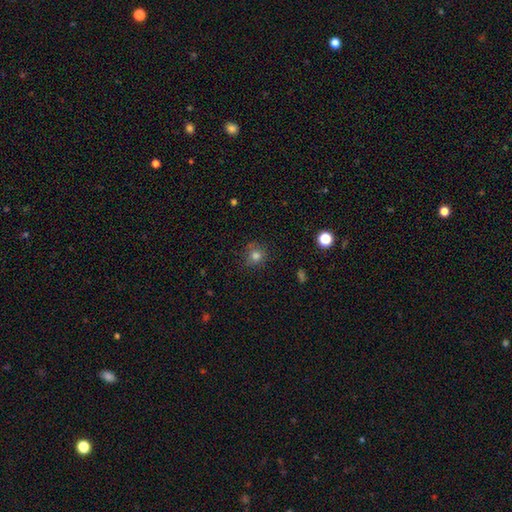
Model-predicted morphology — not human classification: smooth_or_featured: smooth (p=0.78) [alt: star or artifact p=0.14]
how_rounded: round (p=0.86) [alt: in between p=0.13]
merging: none (p=0.75) [alt: minor disturbance p=0.18]